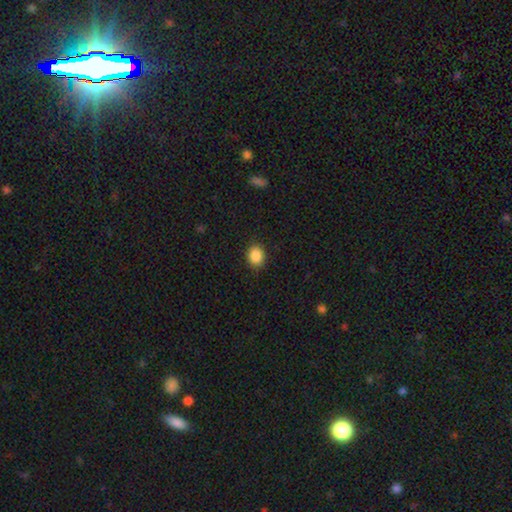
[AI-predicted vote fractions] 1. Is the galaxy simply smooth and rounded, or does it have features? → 88% smooth, 9% star or artifact, 3% featured or disk.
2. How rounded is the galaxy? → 53% round, 47% in between, 1% cigar-shaped.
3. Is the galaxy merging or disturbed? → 89% none, 8% minor disturbance, 2% major disturbance, 1% merger.